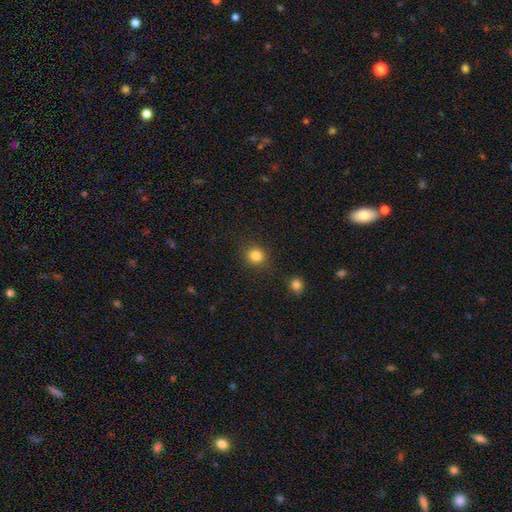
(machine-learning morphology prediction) Smooth or featured? smooth (84%)
How rounded? round (85%)
Merging? none (85%)